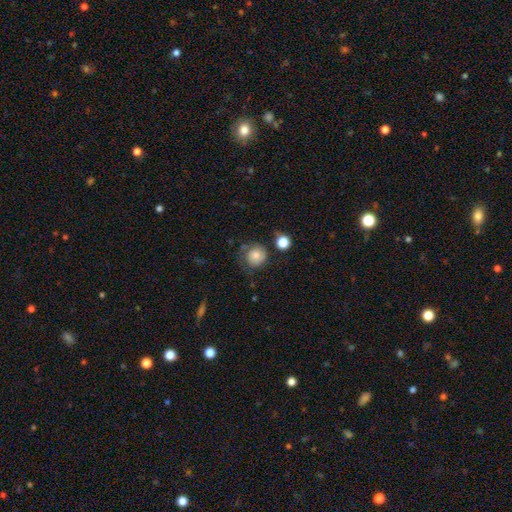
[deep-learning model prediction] Morphology: type=smooth (74%); roundness=round (88%); merging=none (60%).